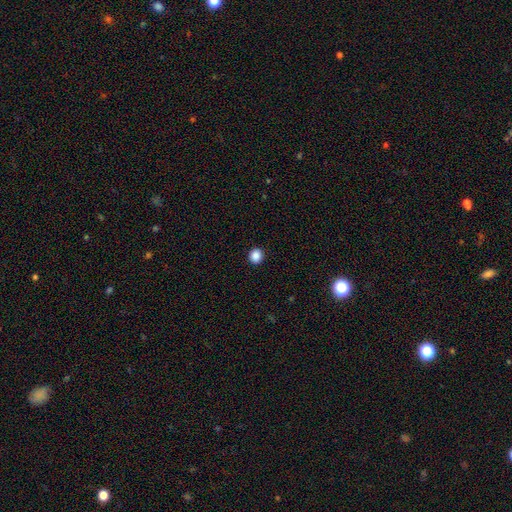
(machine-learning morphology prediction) A smooth galaxy with no disk features (87%) that is round (86%). Merging: none (92%).